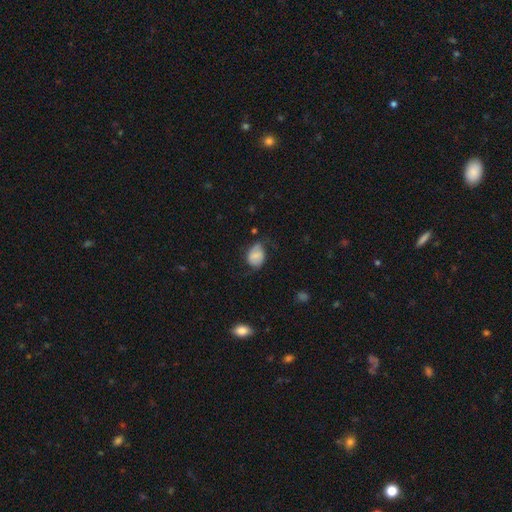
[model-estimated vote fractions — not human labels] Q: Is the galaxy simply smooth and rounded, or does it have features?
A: smooth — 72%.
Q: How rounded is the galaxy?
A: in between — 64%.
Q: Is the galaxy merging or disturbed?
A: none — 49%.